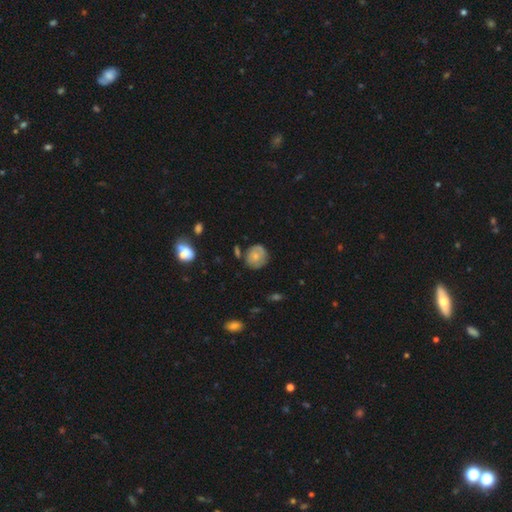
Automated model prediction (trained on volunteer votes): smooth-or-featured: smooth: 64% | featured or disk: 28% | star or artifact: 8%
  how-rounded: round: 79% | in between: 20% | cigar-shaped: 1%
  merging: none: 68% | minor disturbance: 23% | major disturbance: 5% | merger: 4%